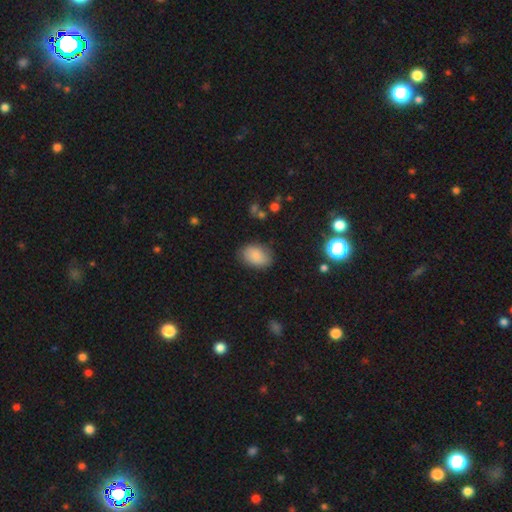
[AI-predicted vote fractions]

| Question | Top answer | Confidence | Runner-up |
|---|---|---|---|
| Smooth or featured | smooth | 80% | featured or disk (11%) |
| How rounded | in between | 84% | round (15%) |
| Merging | none | 80% | minor disturbance (15%) |